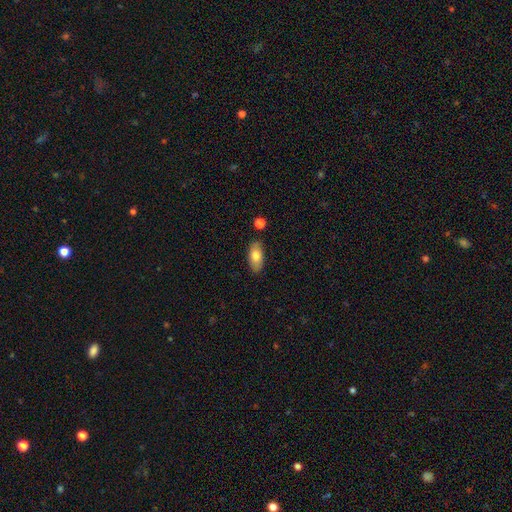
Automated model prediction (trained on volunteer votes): smooth_or_featured: smooth (p=0.78) [alt: featured or disk p=0.15]
how_rounded: in between (p=0.91) [alt: cigar-shaped p=0.05]
merging: none (p=0.84) [alt: minor disturbance p=0.11]